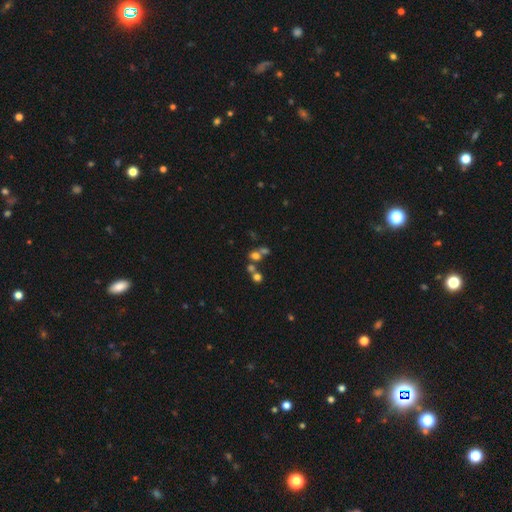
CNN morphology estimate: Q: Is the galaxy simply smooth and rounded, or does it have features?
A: smooth — 57%.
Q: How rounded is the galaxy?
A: round — 51%.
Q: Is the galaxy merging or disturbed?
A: merger — 43%.